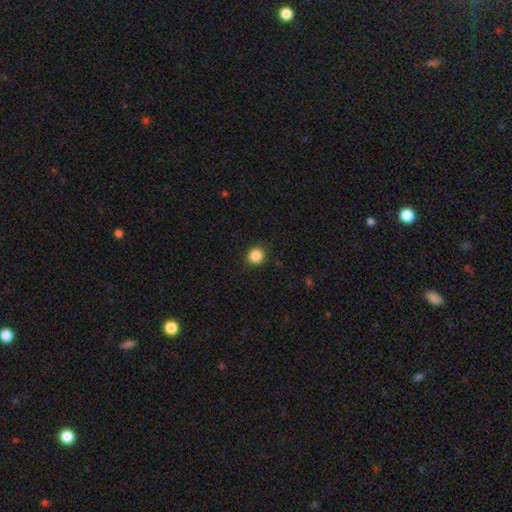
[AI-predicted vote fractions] A smooth galaxy with no disk features (86%) that is round (94%).

Vote fractions:
- Smooth or featured? smooth: 86% / star or artifact: 11% / featured or disk: 3%
- How rounded? round: 94% / in between: 6% / cigar-shaped: 1%
- Merging? none: 91% / minor disturbance: 6% / major disturbance: 2% / merger: 1%